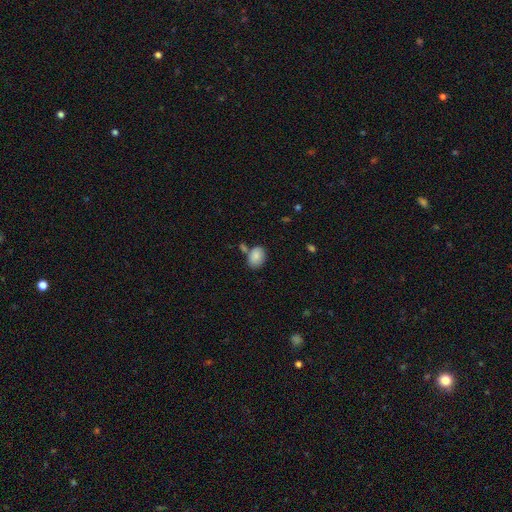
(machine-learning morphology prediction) The model was most divided on "merging": none: 63%, minor disturbance: 17%, merger: 16%, major disturbance: 4%. More confident: smooth or featured — smooth (86%); how rounded — in between (75%).